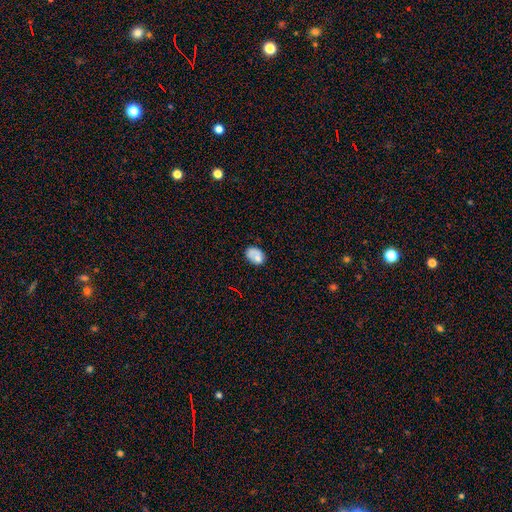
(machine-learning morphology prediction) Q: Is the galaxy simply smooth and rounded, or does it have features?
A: smooth — 68%.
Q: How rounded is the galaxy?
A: in between — 72%.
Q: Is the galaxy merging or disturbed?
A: none — 54%.